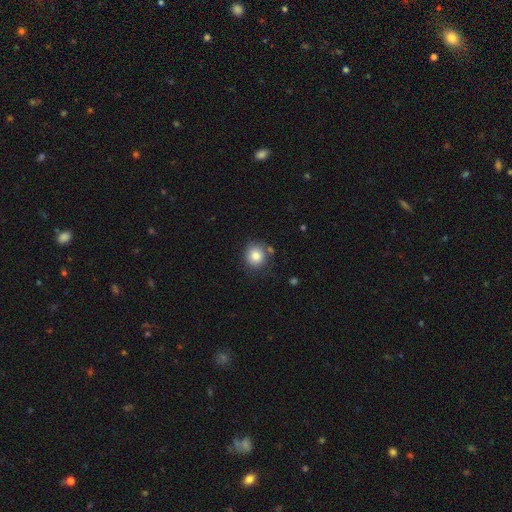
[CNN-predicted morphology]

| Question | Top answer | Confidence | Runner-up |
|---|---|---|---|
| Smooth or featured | smooth | 83% | star or artifact (9%) |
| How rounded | round | 88% | in between (11%) |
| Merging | none | 78% | minor disturbance (13%) |